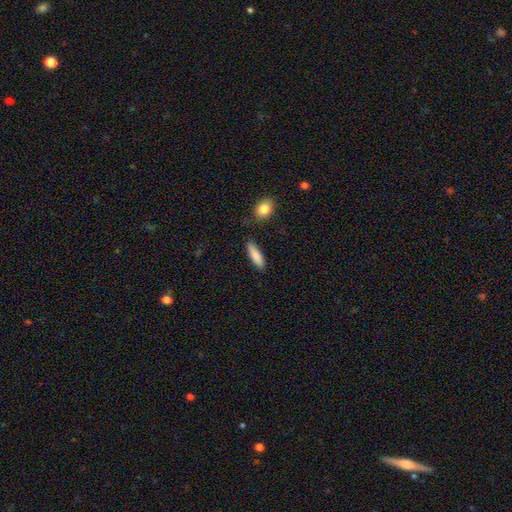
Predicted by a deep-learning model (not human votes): smooth-or-featured: smooth: 86% | featured or disk: 7% | star or artifact: 6%
  how-rounded: cigar-shaped: 54% | in between: 44% | round: 2%
  merging: none: 80% | minor disturbance: 14% | merger: 4% | major disturbance: 3%